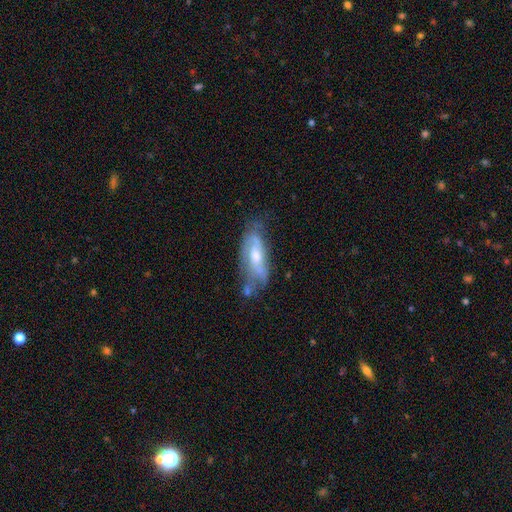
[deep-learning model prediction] Smooth or featured: featured or disk — 66% (smooth — 27%)
Edge-on disk: no — 80% (yes — 20%)
Bar: no — 51% (weak — 37%)
Spiral arms: yes — 74% (no — 26%)
Bulge size: moderate — 63% (small — 28%)
Merging: none — 49% (minor disturbance — 29%)